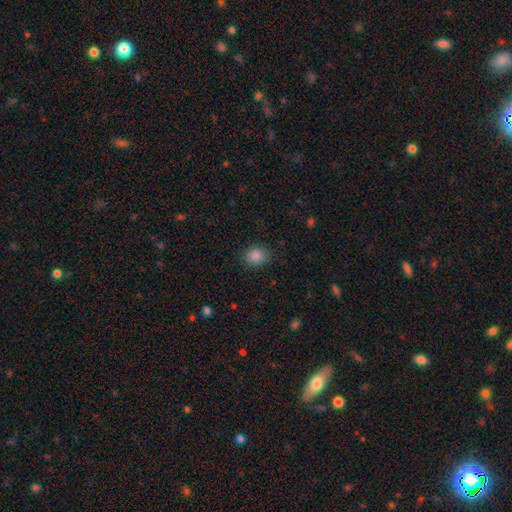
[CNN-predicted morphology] Overall: smooth (85%). How rounded: round (65%; in between 34%). Merging: none (87%).